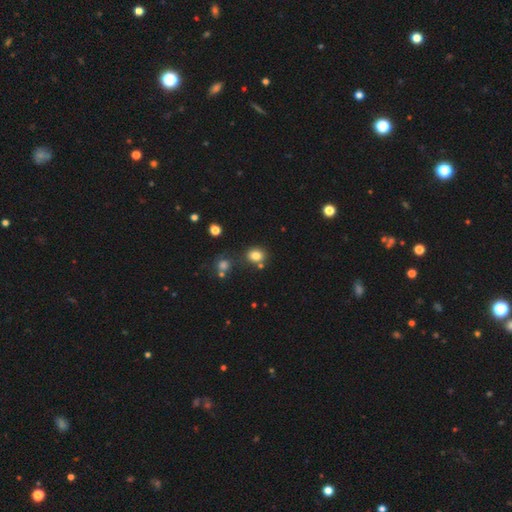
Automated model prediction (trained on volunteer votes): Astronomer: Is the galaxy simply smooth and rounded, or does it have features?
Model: smooth — 81%.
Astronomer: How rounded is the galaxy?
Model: round — 60% (runner-up: in between, 39%).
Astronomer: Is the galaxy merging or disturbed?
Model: none — 73%.